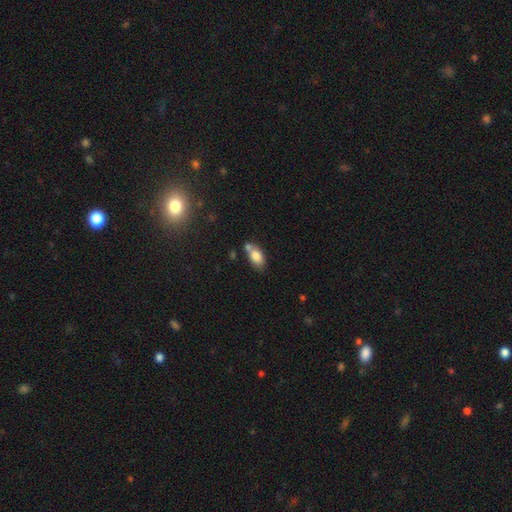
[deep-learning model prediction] Smooth or featured? smooth (81%)
How rounded? in between (89%)
Merging? none (53%)